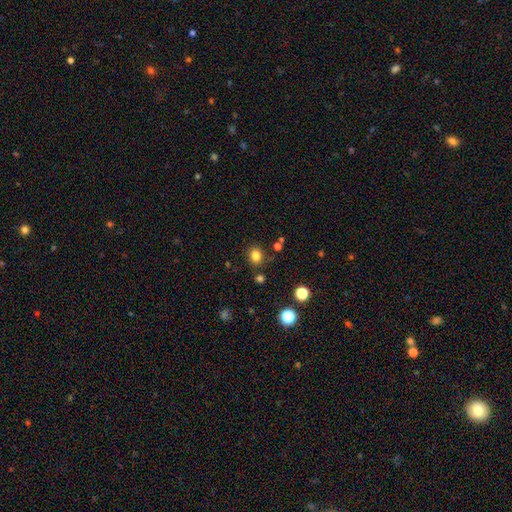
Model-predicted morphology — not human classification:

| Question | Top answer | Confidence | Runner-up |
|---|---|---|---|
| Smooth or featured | smooth | 81% | star or artifact (13%) |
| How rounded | round | 68% | in between (32%) |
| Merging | none | 83% | minor disturbance (10%) |